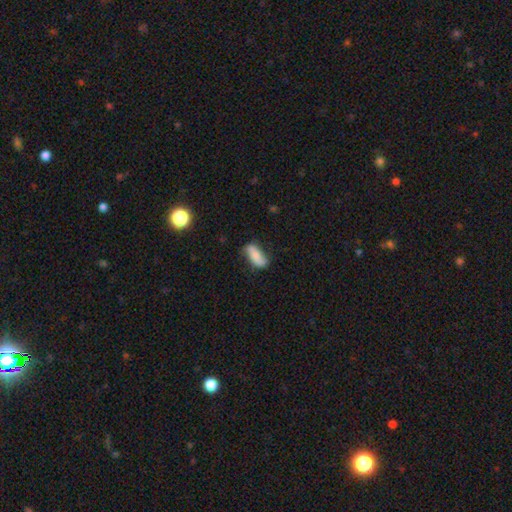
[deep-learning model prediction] The model was most divided on "smooth or featured": smooth: 65%, featured or disk: 26%, star or artifact: 8%. More confident: how rounded — in between (69%); merging — none (65%).